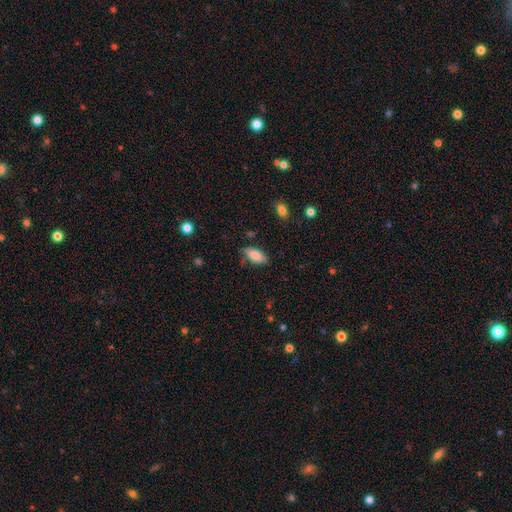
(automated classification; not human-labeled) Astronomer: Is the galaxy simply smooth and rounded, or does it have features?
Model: smooth — 82%.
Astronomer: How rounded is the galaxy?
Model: in between — 88%.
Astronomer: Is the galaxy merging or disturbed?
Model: none — 71%.